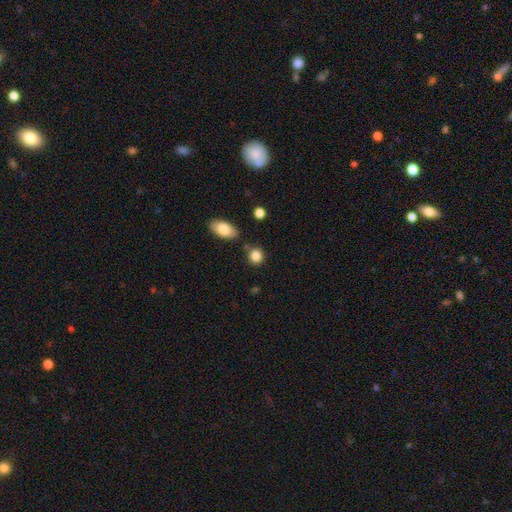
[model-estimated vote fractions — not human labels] This is clearly a smooth galaxy (86%). How rounded: likely round (78%). Merging: likely none (74%).